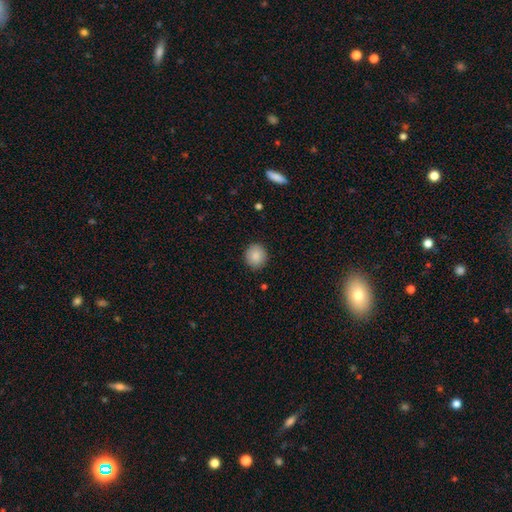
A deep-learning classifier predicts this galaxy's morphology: Smooth or featured?
  - smooth: 87% *
  - star or artifact: 8%
  - featured or disk: 5%
How rounded?
  - round: 85% *
  - in between: 14%
  - cigar-shaped: 1%
Merging?
  - none: 89% *
  - minor disturbance: 8%
  - major disturbance: 2%
  - merger: 1%